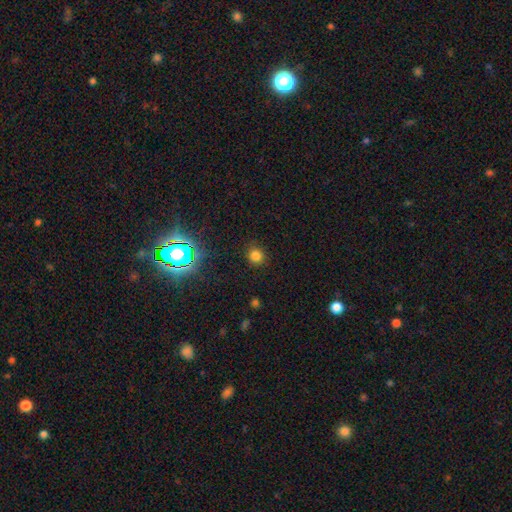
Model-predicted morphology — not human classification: The model was most divided on "smooth or featured": smooth: 76%, star or artifact: 19%, featured or disk: 5%. More confident: how rounded — round (88%); merging — none (87%).